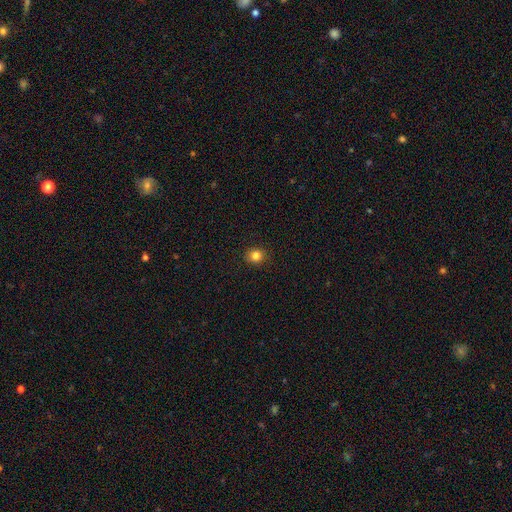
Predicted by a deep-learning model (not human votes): smooth-or-featured: smooth: 84% | star or artifact: 12% | featured or disk: 5%
  how-rounded: round: 82% | in between: 18% | cigar-shaped: 1%
  merging: none: 91% | minor disturbance: 6% | major disturbance: 2% | merger: 1%